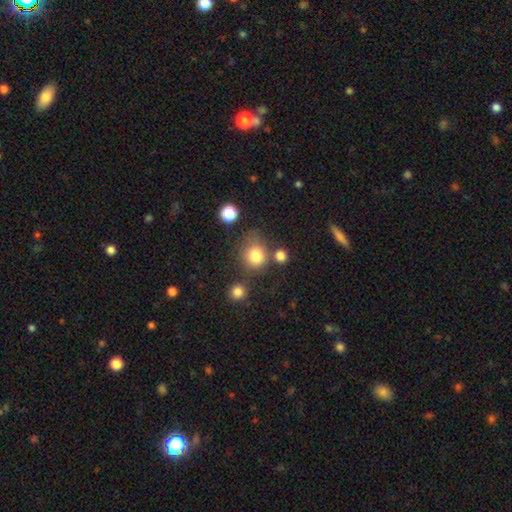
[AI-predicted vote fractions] A smooth galaxy with no disk features (79%) that is round (81%).

Vote fractions:
- Smooth or featured? smooth: 79% / star or artifact: 12% / featured or disk: 8%
- How rounded? round: 81% / in between: 19% / cigar-shaped: 1%
- Merging? none: 60% / minor disturbance: 18% / merger: 15% / major disturbance: 8%